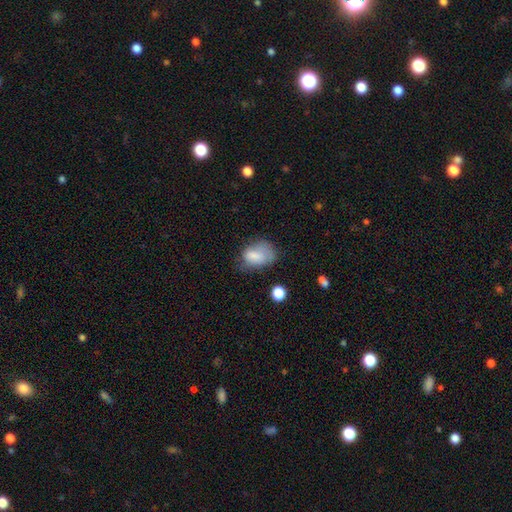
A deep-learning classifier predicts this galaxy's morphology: A smooth galaxy with no disk features (74%) that is in between round and cigar-shaped (77%).

Vote fractions:
- Smooth or featured? smooth: 74% / featured or disk: 17% / star or artifact: 9%
- How rounded? in between: 77% / round: 21% / cigar-shaped: 1%
- Merging? none: 40% / minor disturbance: 34% / major disturbance: 22% / merger: 4%